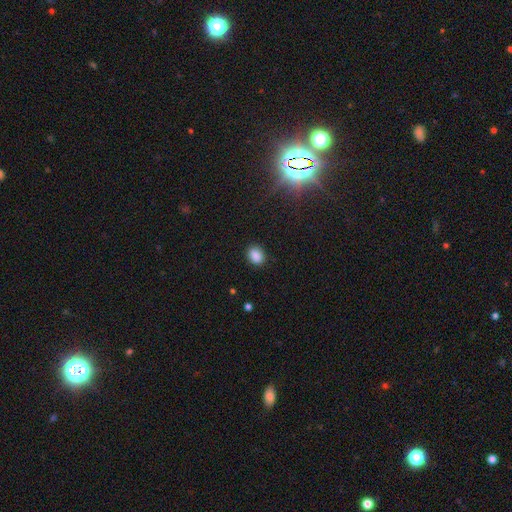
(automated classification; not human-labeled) Overall: smooth (87%). How rounded: in between (57%; round 42%). Merging: none (87%).